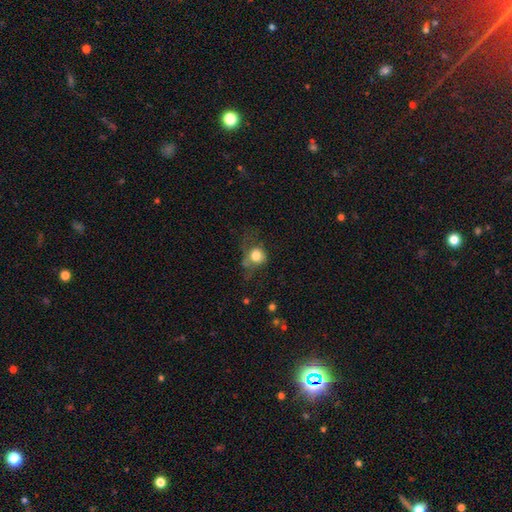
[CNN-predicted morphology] Smooth or featured? smooth (74%)
How rounded? round (72%)
Merging? major disturbance (39%)